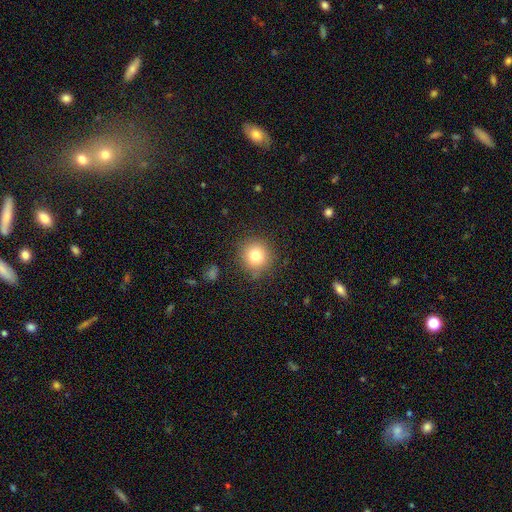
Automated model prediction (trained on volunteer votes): Smooth or featured: smooth — 79% (star or artifact — 12%)
How rounded: round — 91% (in between — 8%)
Merging: none — 86% (minor disturbance — 10%)